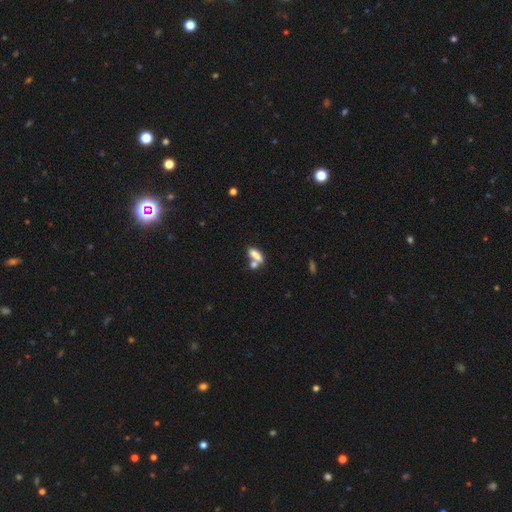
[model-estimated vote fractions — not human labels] Smooth or featured?
  - smooth: 76% *
  - featured or disk: 15%
  - star or artifact: 10%
How rounded?
  - in between: 58% *
  - cigar-shaped: 36%
  - round: 5%
Merging?
  - merger: 42% *
  - none: 41%
  - minor disturbance: 11%
  - major disturbance: 5%